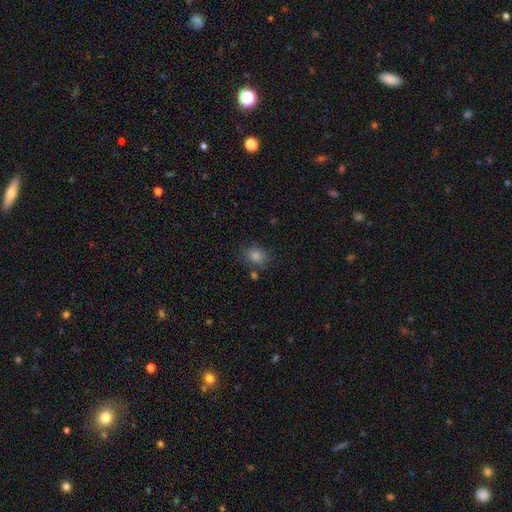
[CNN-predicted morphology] Smooth or featured: smooth — 76% (star or artifact — 18%)
How rounded: round — 54% (in between — 45%)
Merging: none — 82% (minor disturbance — 11%)